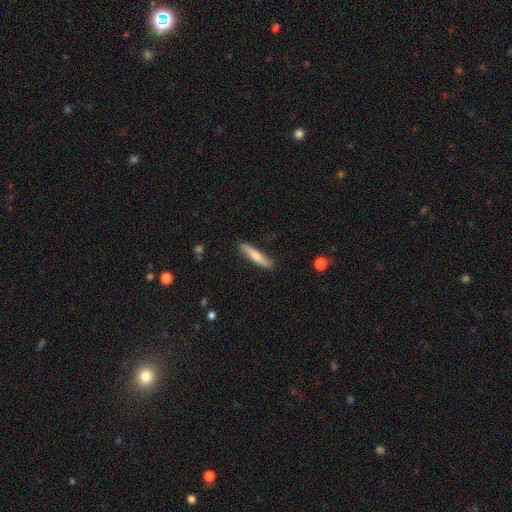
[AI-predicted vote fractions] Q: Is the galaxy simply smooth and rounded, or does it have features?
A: smooth — 68%.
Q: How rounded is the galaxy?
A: cigar-shaped — 89%.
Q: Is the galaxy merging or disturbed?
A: none — 86%.